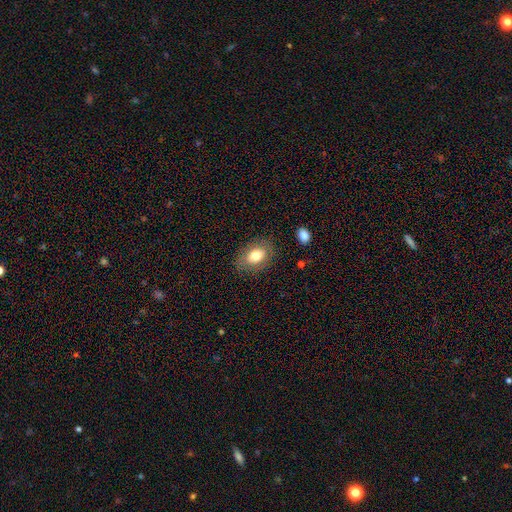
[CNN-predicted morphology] smooth_or_featured: smooth (p=0.76) [alt: featured or disk p=0.16]
how_rounded: in between (p=0.80) [alt: round p=0.19]
merging: none (p=0.82) [alt: minor disturbance p=0.13]